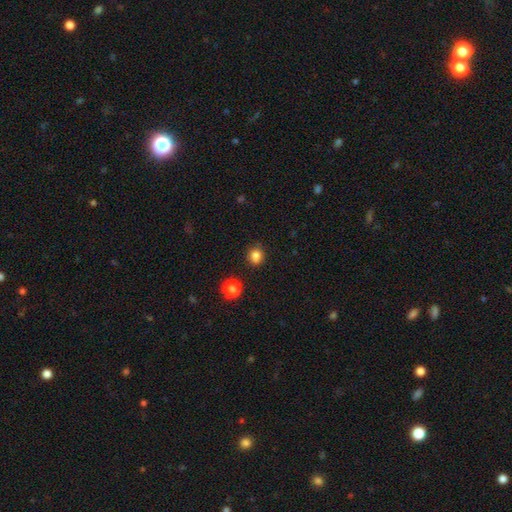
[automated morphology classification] The model was most divided on "how rounded": round: 74%, in between: 25%, cigar-shaped: 1%. More confident: smooth or featured — smooth (83%); merging — none (82%).